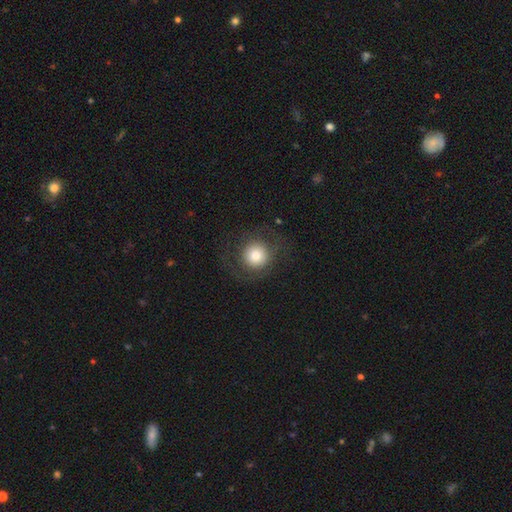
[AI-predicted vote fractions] Smooth or featured?
  - smooth: 71% *
  - featured or disk: 19%
  - star or artifact: 10%
How rounded?
  - round: 94% *
  - in between: 5%
  - cigar-shaped: 1%
Merging?
  - none: 78% *
  - major disturbance: 11%
  - minor disturbance: 10%
  - merger: 1%